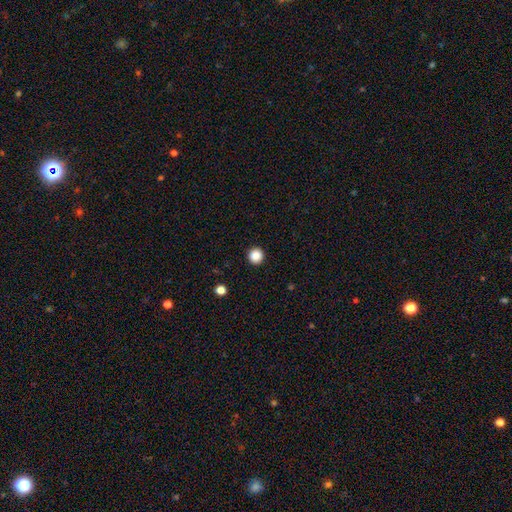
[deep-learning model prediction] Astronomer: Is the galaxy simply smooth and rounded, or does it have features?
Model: smooth — 86%.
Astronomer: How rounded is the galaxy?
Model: round — 96%.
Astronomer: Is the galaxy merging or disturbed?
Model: none — 94%.